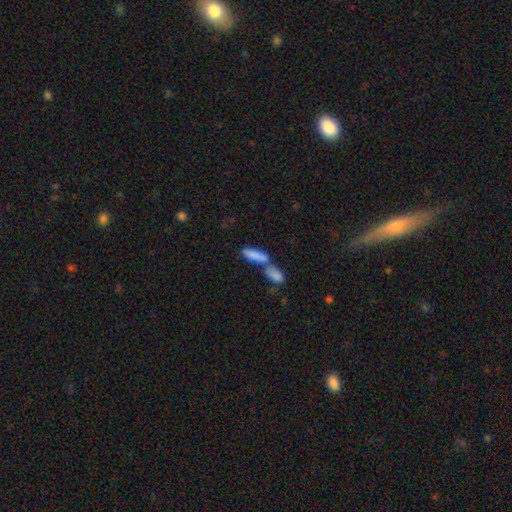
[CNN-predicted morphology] smooth 82%, featured or disk 11%, star or artifact 7%. Down the decision tree: how rounded — in between (50%); merging — merger (60%).